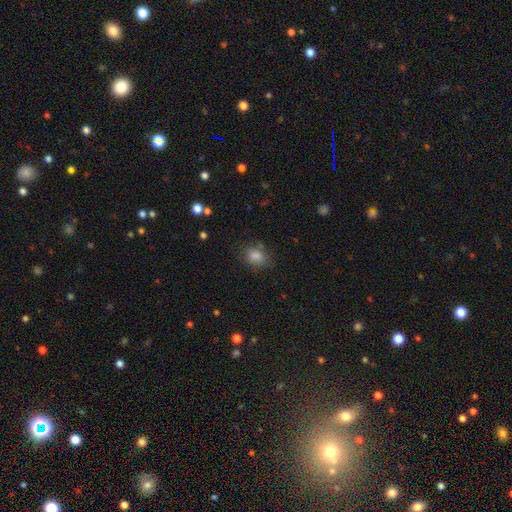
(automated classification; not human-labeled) A smooth galaxy with no disk features (78%) that is round (56%). Merging: none (72%).